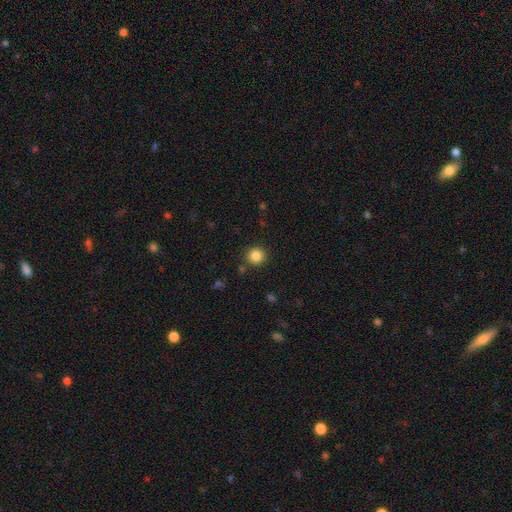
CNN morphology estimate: Smooth or featured? smooth (85%)
How rounded? round (92%)
Merging? none (88%)